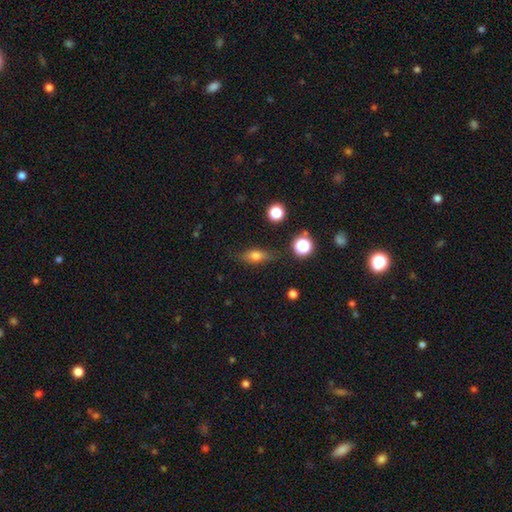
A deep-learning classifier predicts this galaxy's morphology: This appears to be a smooth galaxy with no disk features (71%) that is in between round and cigar-shaped (71%). Merging: none (79%).